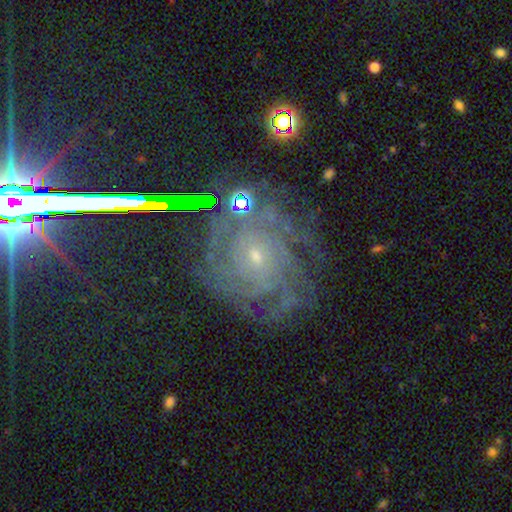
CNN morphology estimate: A featured or disk galaxy (77%) with no bar (71%), tight (76%) spiral arms (97%) and a small central bulge (79%).

Vote fractions:
- Smooth or featured? featured or disk: 77% / star or artifact: 16% / smooth: 7%
- Edge-on disk? no: 96% / yes: 4%
- Bar? no: 71% / weak: 22% / strong: 7%
- Spiral arms? yes: 97% / no: 3%
- Spiral winding? tight: 76% / medium: 20% / loose: 4%
- Spiral arm count? can't tell: 29% / 4: 21% / 3: 17% / more than 4: 15% / 2: 11% / 1: 8%
- Bulge size? small: 79% / moderate: 16% / none: 2% / large: 1% / dominant: 1%
- Merging? none: 76% / minor disturbance: 15% / major disturbance: 7% / merger: 2%